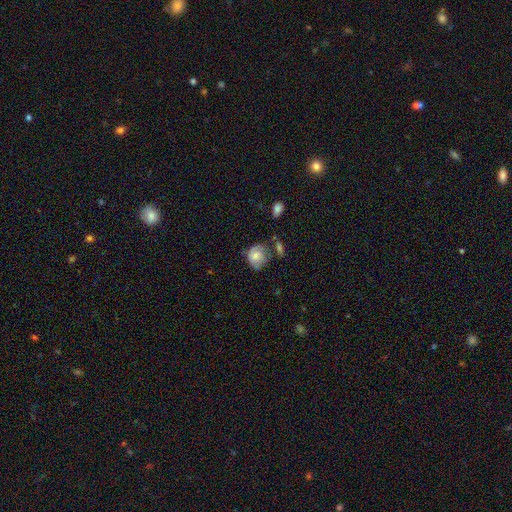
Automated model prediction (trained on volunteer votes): Smooth or featured? Predicted: smooth (p=0.58). How rounded? Predicted: round (p=0.65). Merging? Predicted: none (p=0.44).